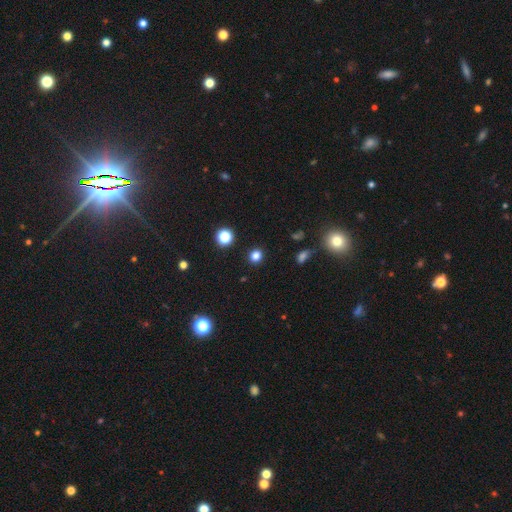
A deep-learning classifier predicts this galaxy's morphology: Smooth or featured? Predicted: smooth (p=0.80). How rounded? Predicted: round (p=0.84). Merging? Predicted: none (p=0.90).